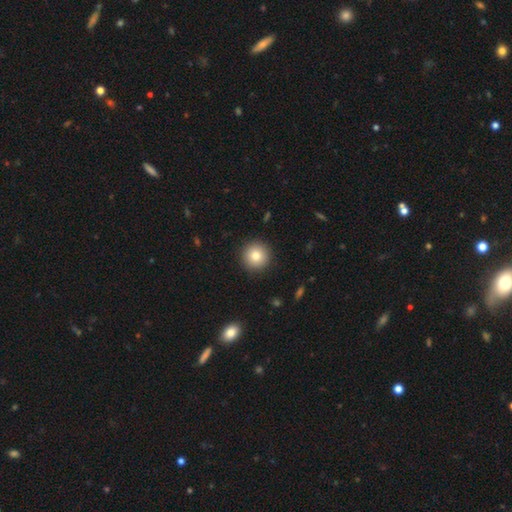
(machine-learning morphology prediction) Smooth or featured? smooth (82%)
How rounded? round (95%)
Merging? none (92%)